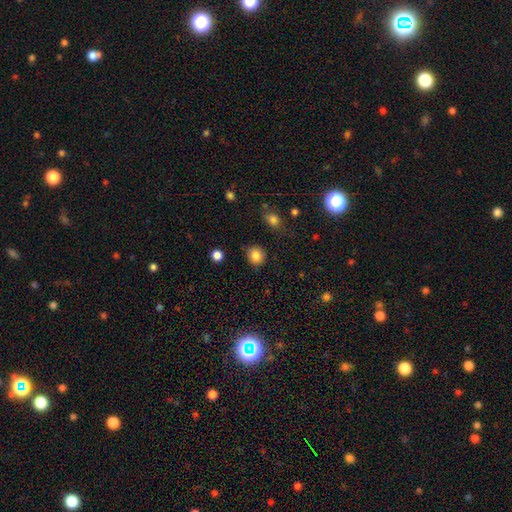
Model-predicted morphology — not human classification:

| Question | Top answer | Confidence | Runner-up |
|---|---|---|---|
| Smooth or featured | smooth | 85% | star or artifact (11%) |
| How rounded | round | 84% | in between (15%) |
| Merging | none | 86% | minor disturbance (9%) |